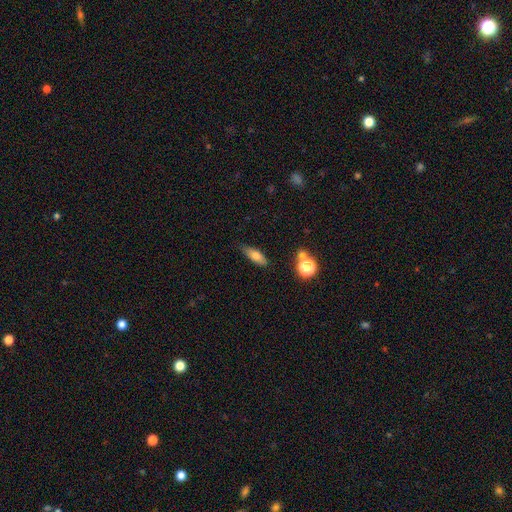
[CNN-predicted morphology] This is likely a smooth galaxy (70%). How rounded: possibly in between (59%). Merging: likely none (76%).